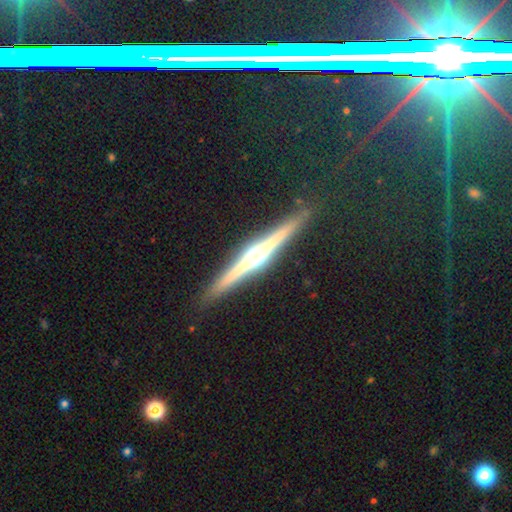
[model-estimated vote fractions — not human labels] The model was most divided on "smooth or featured": featured or disk: 84%, smooth: 10%, star or artifact: 5%. More confident: edge-on disk — yes (99%); edge-on bulge — rounded (93%); merging — none (91%).